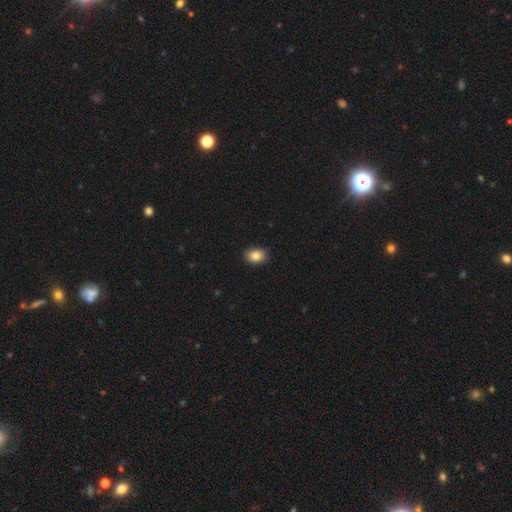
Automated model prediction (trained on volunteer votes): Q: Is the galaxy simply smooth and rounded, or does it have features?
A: smooth — 83%.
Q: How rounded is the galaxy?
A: in between — 66%.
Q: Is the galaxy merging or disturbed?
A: none — 89%.